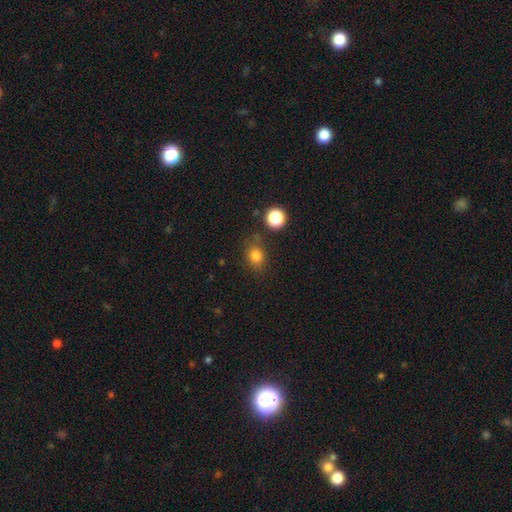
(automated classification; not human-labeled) A smooth galaxy with no disk features (80%) that is round (53%).

Vote fractions:
- Smooth or featured? smooth: 80% / star or artifact: 13% / featured or disk: 7%
- How rounded? round: 53% / in between: 46% / cigar-shaped: 1%
- Merging? none: 75% / minor disturbance: 15% / merger: 5% / major disturbance: 5%